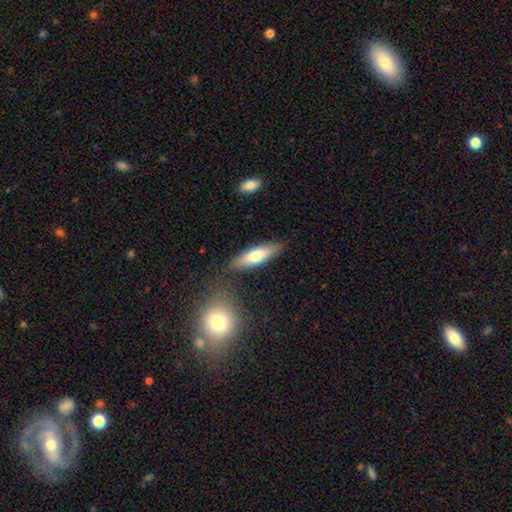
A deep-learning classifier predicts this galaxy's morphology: A smooth galaxy with no disk features (66%) that is cigar-shaped (52%). Merging: none (81%).